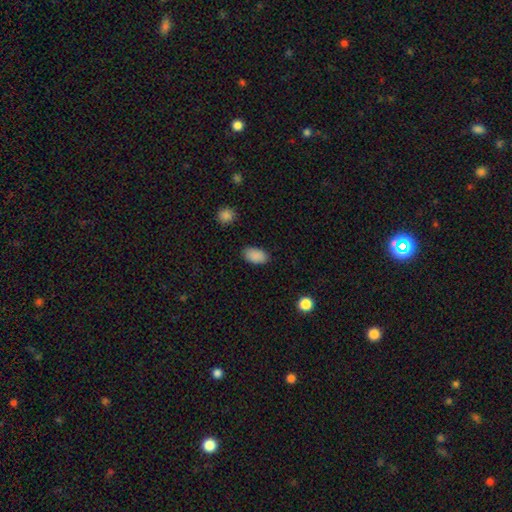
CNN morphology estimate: type=smooth (89%); roundness=in between (93%); merging=none (87%).